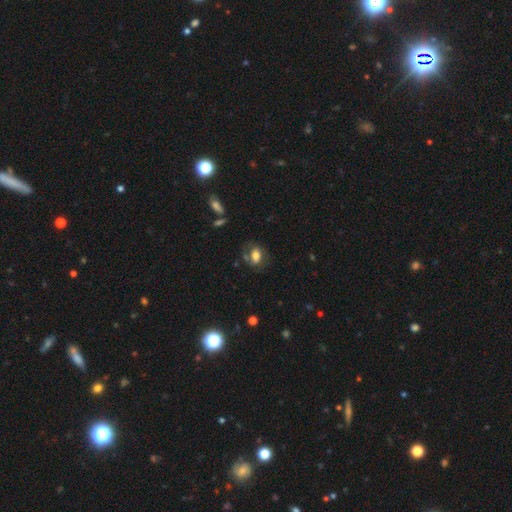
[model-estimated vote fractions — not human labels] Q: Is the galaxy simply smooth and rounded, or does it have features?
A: smooth — 66%.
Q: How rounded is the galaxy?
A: in between — 79%.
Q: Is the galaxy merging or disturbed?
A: none — 60%.